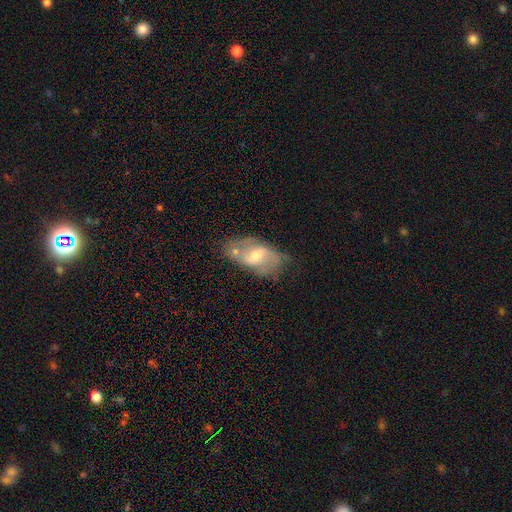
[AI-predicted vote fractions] This appears to be a featured or disk galaxy (70%) with a weak bar (49%), 2 (81%) loose (49%) spiral arms (79%) and a moderate central bulge (50%). Merging: none (54%).